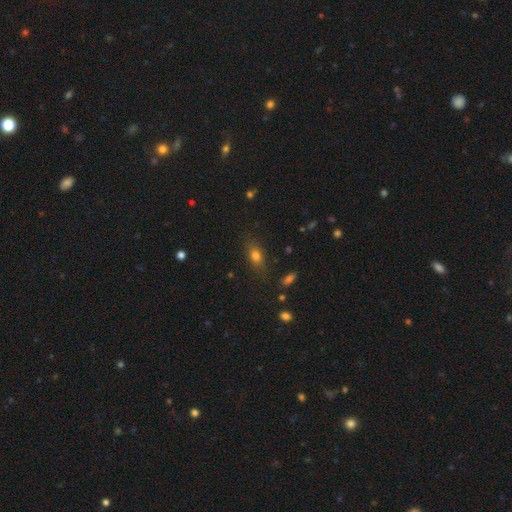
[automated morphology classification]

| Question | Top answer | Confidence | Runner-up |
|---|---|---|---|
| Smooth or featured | smooth | 73% | featured or disk (13%) |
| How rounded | in between | 72% | round (16%) |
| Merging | none | 79% | minor disturbance (15%) |